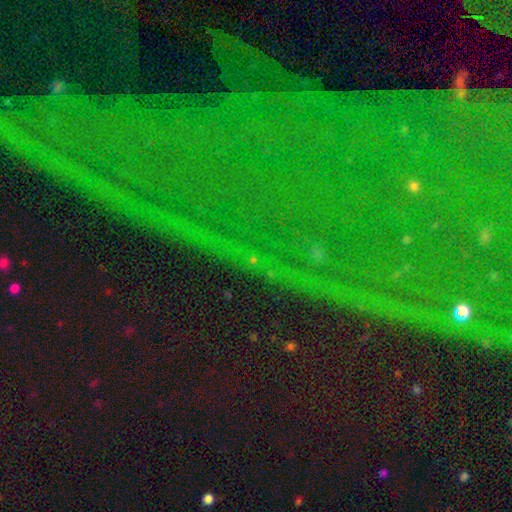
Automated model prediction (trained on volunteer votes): smooth_or_featured: star or artifact (p=0.84) [alt: featured or disk p=0.08]